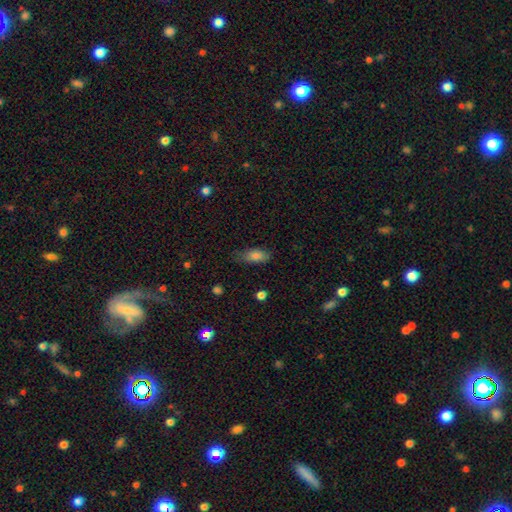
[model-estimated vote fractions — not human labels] smooth 81%, featured or disk 10%, star or artifact 8%. Down the decision tree: how rounded — in between (84%); merging — none (70%).